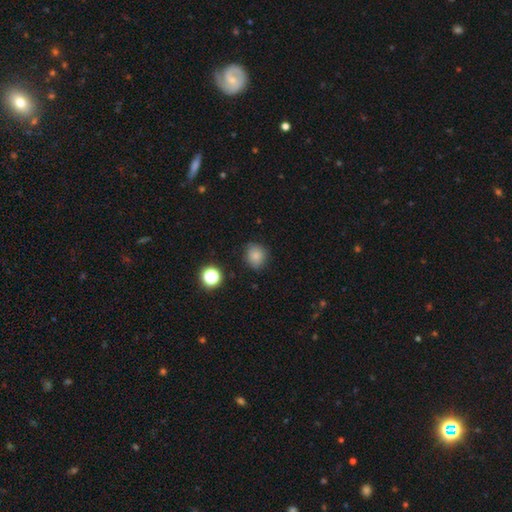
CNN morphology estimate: A smooth galaxy with no disk features (81%) that is round (77%).

Vote fractions:
- Smooth or featured? smooth: 81% / star or artifact: 13% / featured or disk: 6%
- How rounded? round: 77% / in between: 22% / cigar-shaped: 1%
- Merging? none: 81% / minor disturbance: 14% / major disturbance: 3% / merger: 2%